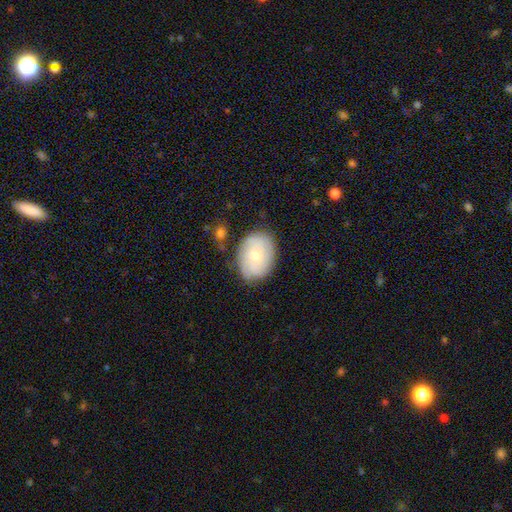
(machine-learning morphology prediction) A smooth galaxy with no disk features (53%) that is in between round and cigar-shaped (67%).

Vote fractions:
- Smooth or featured? smooth: 53% / featured or disk: 40% / star or artifact: 7%
- How rounded? in between: 67% / round: 32% / cigar-shaped: 1%
- Merging? none: 76% / minor disturbance: 17% / major disturbance: 4% / merger: 2%